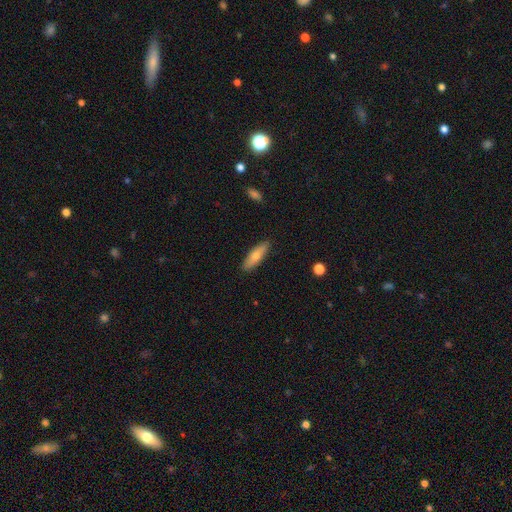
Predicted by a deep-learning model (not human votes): Morphology: type=smooth (68%); roundness=cigar-shaped (58%); merging=none (89%).